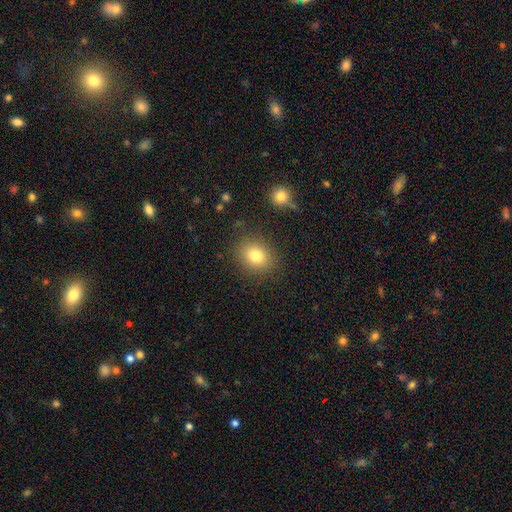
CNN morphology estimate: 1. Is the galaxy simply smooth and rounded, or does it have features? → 79% smooth, 11% star or artifact, 10% featured or disk.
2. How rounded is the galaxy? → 59% round, 40% in between, 1% cigar-shaped.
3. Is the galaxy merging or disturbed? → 84% none, 10% minor disturbance, 4% major disturbance, 2% merger.